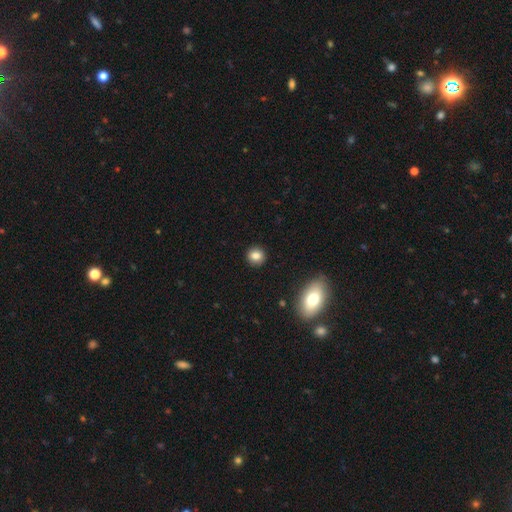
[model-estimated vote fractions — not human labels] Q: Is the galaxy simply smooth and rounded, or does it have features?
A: smooth — 83%.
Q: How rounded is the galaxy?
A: round — 89%.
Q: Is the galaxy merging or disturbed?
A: none — 91%.